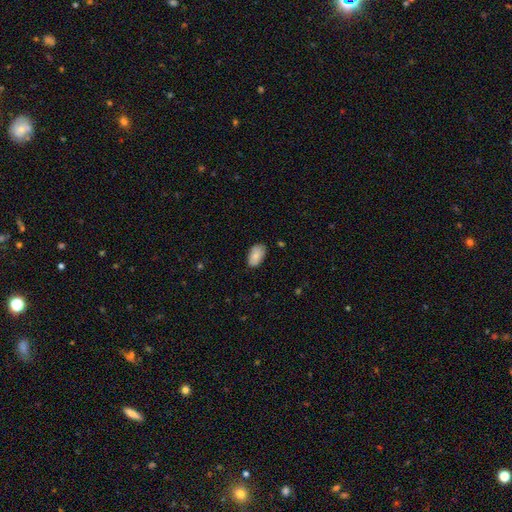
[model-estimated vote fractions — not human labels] A smooth galaxy with no disk features (83%) that is in between round and cigar-shaped (94%). Merging: none (79%).